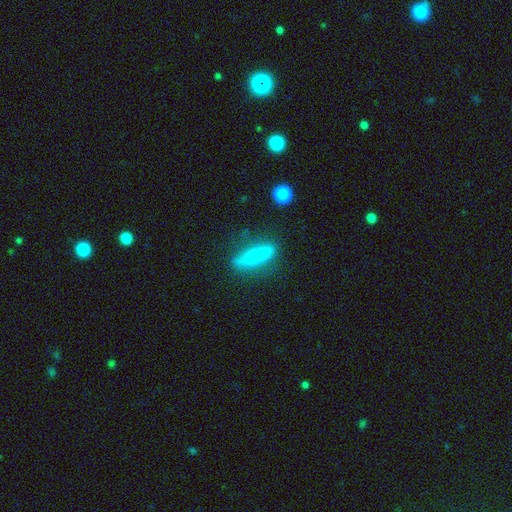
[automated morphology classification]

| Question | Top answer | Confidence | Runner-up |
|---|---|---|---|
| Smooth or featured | smooth | 70% | featured or disk (23%) |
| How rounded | cigar-shaped | 80% | in between (18%) |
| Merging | none | 79% | minor disturbance (14%) |